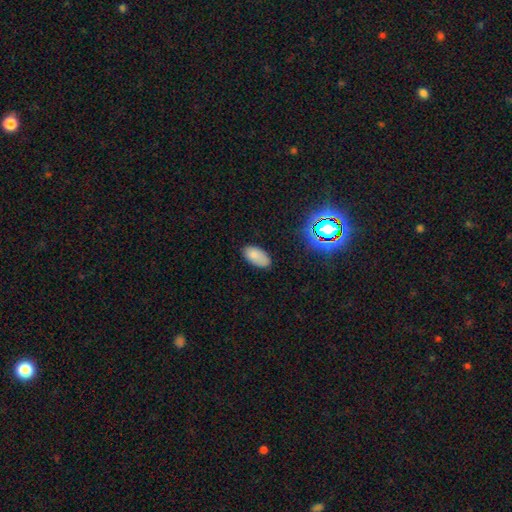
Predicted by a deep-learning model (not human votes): smooth-or-featured: smooth: 78% | star or artifact: 12% | featured or disk: 10%
  how-rounded: in between: 94% | round: 3% | cigar-shaped: 3%
  merging: none: 76% | minor disturbance: 19% | major disturbance: 4% | merger: 2%